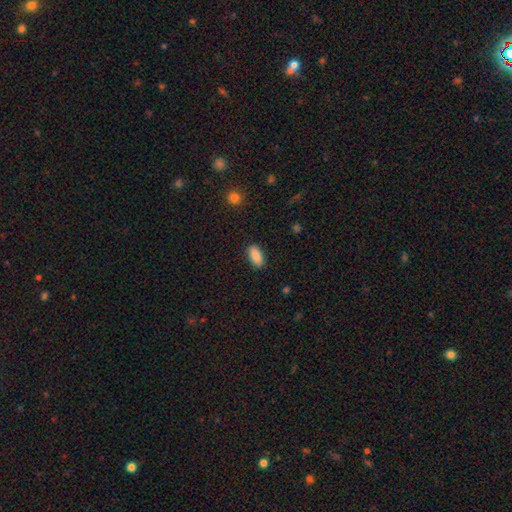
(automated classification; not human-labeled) smooth_or_featured: smooth (p=0.89) [alt: star or artifact p=0.07]
how_rounded: in between (p=0.90) [alt: cigar-shaped p=0.08]
merging: none (p=0.88) [alt: minor disturbance p=0.08]